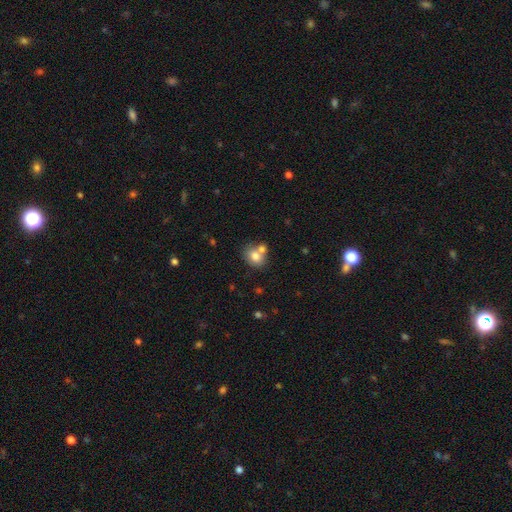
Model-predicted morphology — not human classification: Smooth or featured? smooth (77%)
How rounded? round (51%)
Merging? none (46%)